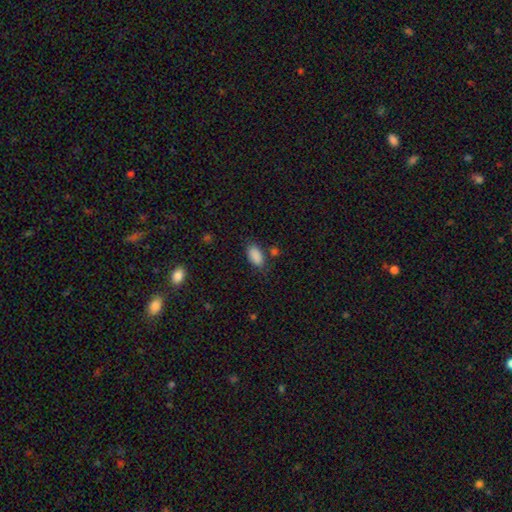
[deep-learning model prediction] This appears to be a smooth galaxy with no disk features (89%) that is in between round and cigar-shaped (93%). Merging: none (78%).